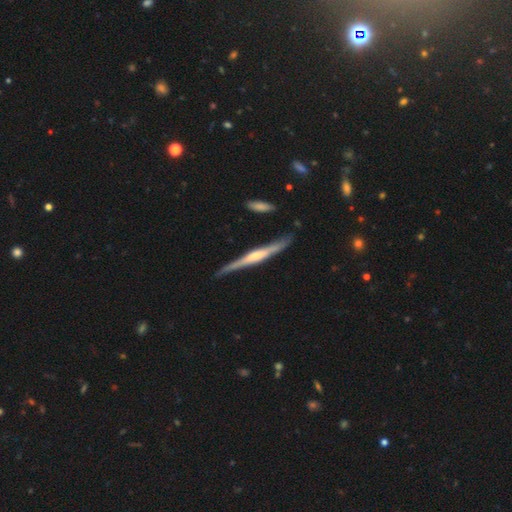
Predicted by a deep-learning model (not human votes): Smooth or featured? featured or disk (73%)
Edge-on disk? yes (97%)
Edge-on bulge? rounded (48%)
Merging? none (81%)